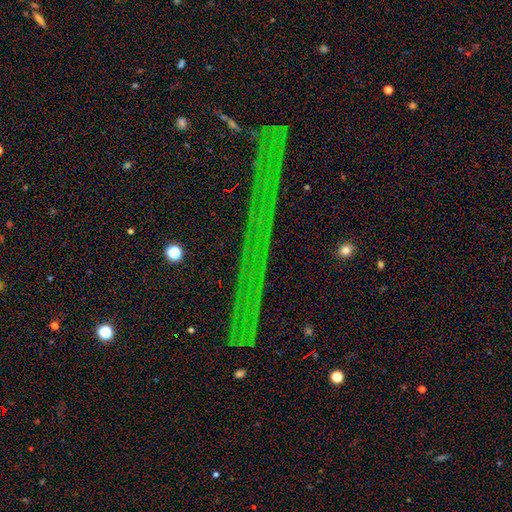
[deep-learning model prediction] smooth-or-featured: star or artifact: 79% | featured or disk: 11% | smooth: 10%